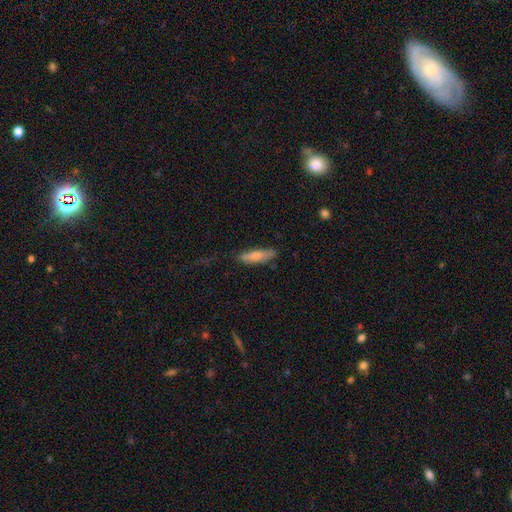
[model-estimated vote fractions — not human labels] smooth 74%, featured or disk 20%, star or artifact 6%. Down the decision tree: how rounded — cigar-shaped (66%); merging — none (75%).